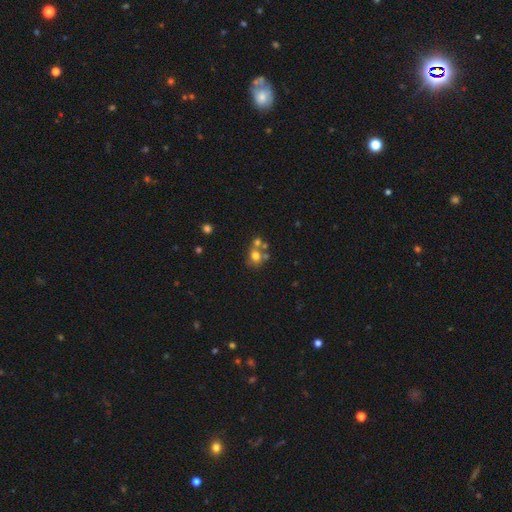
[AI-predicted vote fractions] Q: Smooth or featured?
A: smooth (65%); runner-up: featured or disk (20%)
Q: How rounded?
A: round (70%); runner-up: in between (29%)
Q: Merging?
A: none (45%); runner-up: merger (39%)